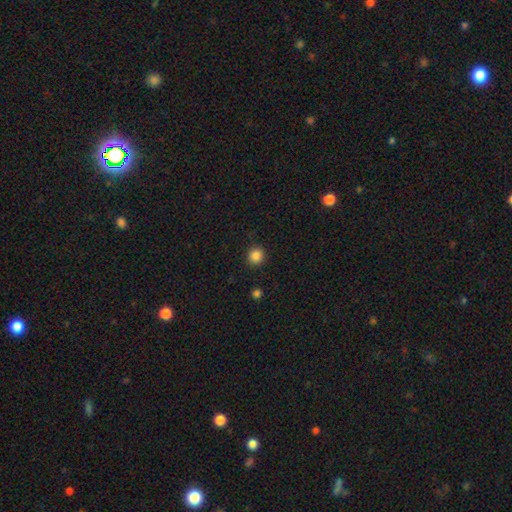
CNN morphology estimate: A smooth galaxy with no disk features (85%) that is round (91%).

Vote fractions:
- Smooth or featured? smooth: 85% / star or artifact: 11% / featured or disk: 4%
- How rounded? round: 91% / in between: 8% / cigar-shaped: 1%
- Merging? none: 91% / minor disturbance: 6% / major disturbance: 2% / merger: 1%